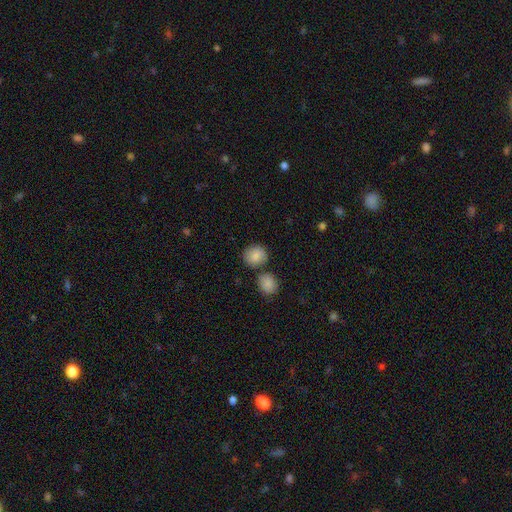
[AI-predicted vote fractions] smooth-or-featured: smooth: 86% | star or artifact: 8% | featured or disk: 6%
  how-rounded: round: 78% | in between: 21% | cigar-shaped: 1%
  merging: none: 71% | merger: 15% | minor disturbance: 10% | major disturbance: 3%